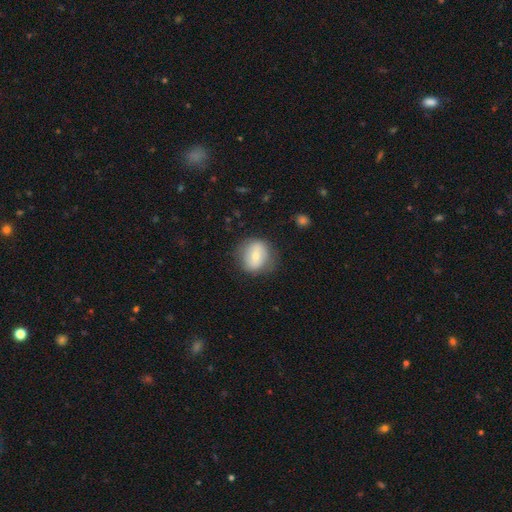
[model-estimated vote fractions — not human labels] A smooth galaxy with no disk features (63%) that is round (71%). Merging: none (76%).